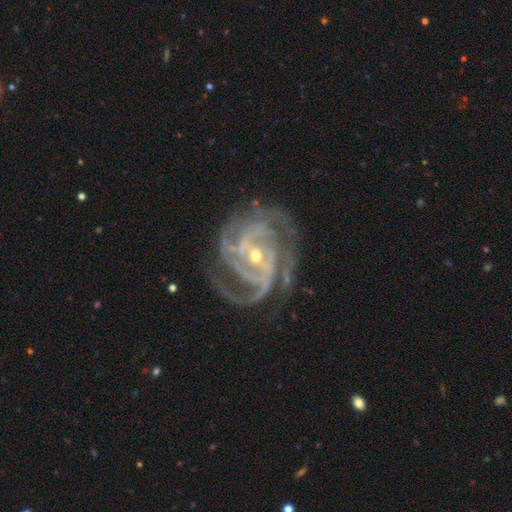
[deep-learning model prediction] This is clearly a featured or disk galaxy (93%). It is clearly not viewed edge-on (98%). Bar: marginally weak (38%). Spiral arm pattern: clearly yes (98%). Spiral arm count: marginally 3 (38%). Spiral winding: possibly tight (52%). Central bulge: possibly small (56%). Merging: likely none (65%).